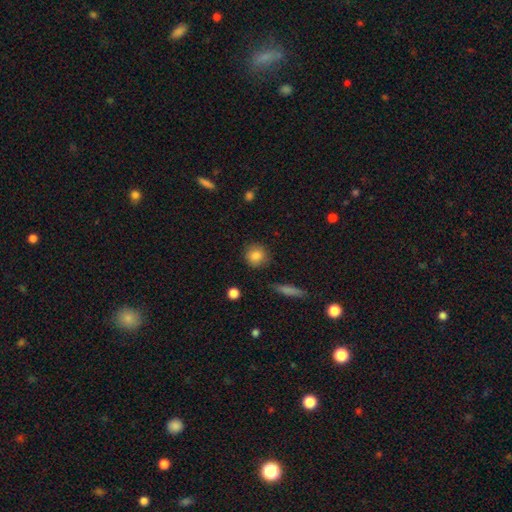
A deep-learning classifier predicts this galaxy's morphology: This is clearly a smooth galaxy (84%). How rounded: clearly round (89%). Merging: clearly none (87%).